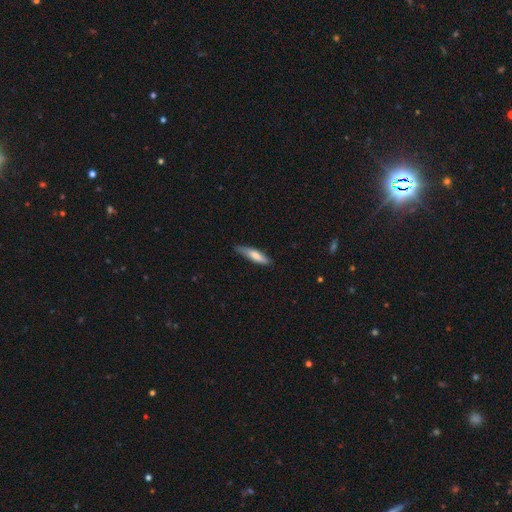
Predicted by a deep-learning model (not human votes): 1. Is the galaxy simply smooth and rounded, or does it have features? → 72% smooth, 22% featured or disk, 6% star or artifact.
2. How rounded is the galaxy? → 72% cigar-shaped, 26% in between, 1% round.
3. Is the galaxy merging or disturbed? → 67% none, 27% minor disturbance, 4% major disturbance, 1% merger.